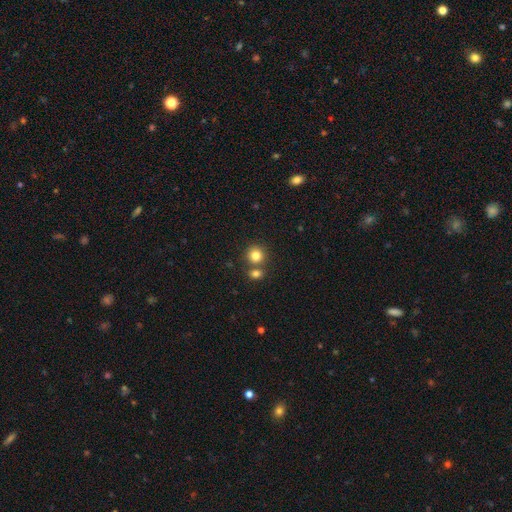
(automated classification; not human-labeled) smooth 81%, star or artifact 11%, featured or disk 7%. Down the decision tree: how rounded — round (88%); merging — none (64%).